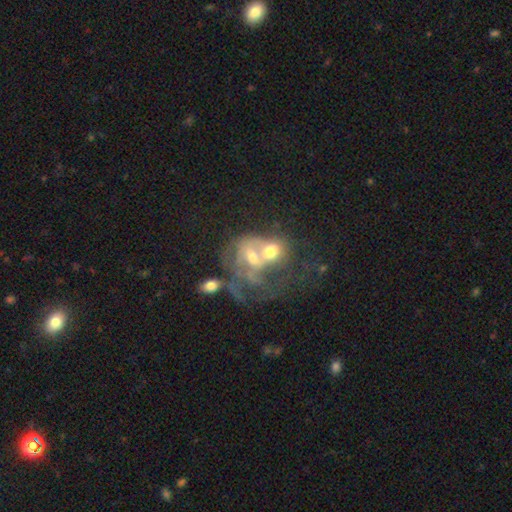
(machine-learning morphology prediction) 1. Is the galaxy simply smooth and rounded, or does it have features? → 61% featured or disk, 27% smooth, 12% star or artifact.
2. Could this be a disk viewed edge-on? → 96% no, 4% yes.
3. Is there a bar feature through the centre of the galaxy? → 74% no, 20% weak, 6% strong.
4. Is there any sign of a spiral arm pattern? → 59% no, 41% yes.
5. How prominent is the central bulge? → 57% moderate, 25% small, 8% large, 7% none, 2% dominant.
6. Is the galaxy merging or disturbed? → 68% merger, 16% major disturbance, 10% none, 6% minor disturbance.